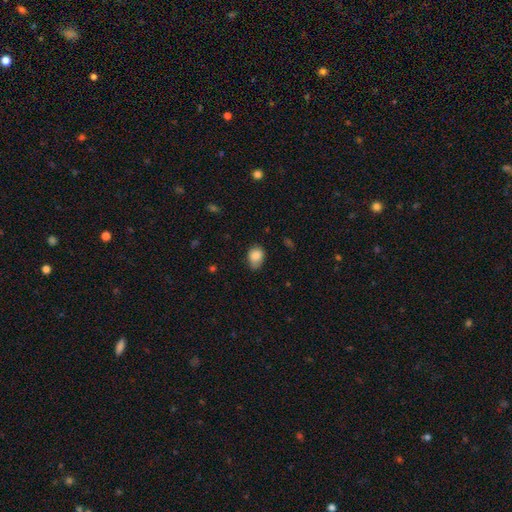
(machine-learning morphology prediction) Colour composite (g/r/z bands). It shows a smooth galaxy with no disk features (86%) that is in between round and cigar-shaped (60%). Merging: none (54%).